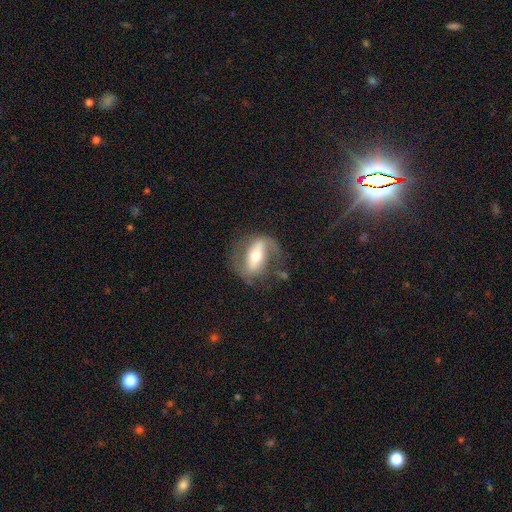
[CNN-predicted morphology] A featured or disk galaxy (69%) with a strong bar (59%), spiral arms (73%) and a moderate central bulge (65%). Merging: none (61%).